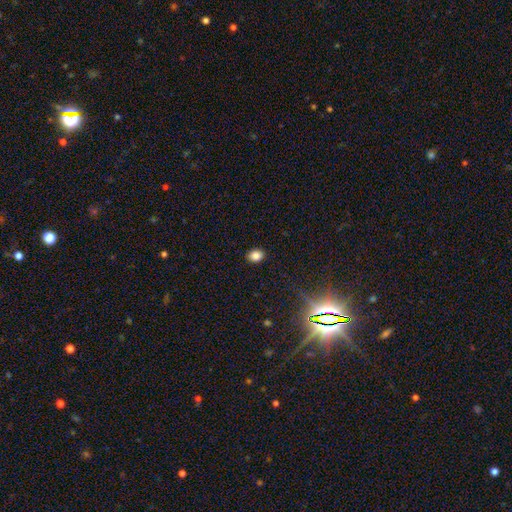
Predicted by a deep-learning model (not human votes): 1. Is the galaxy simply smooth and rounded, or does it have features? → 84% smooth, 11% star or artifact, 5% featured or disk.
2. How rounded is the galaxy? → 59% in between, 40% round, 1% cigar-shaped.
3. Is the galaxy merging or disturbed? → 89% none, 8% minor disturbance, 2% major disturbance, 1% merger.